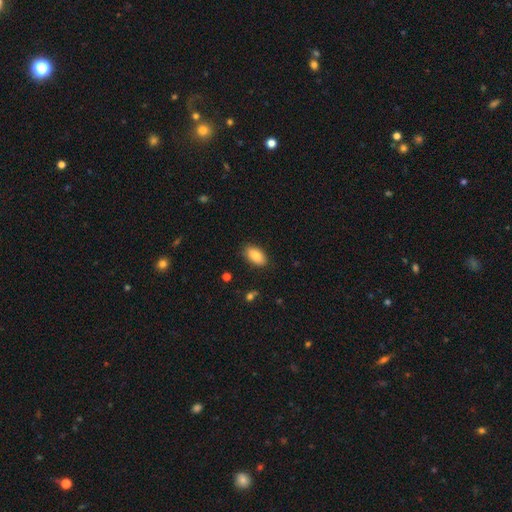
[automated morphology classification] smooth_or_featured: smooth (p=0.84) [alt: featured or disk p=0.09]
how_rounded: in between (p=0.92) [alt: round p=0.04]
merging: none (p=0.86) [alt: minor disturbance p=0.10]